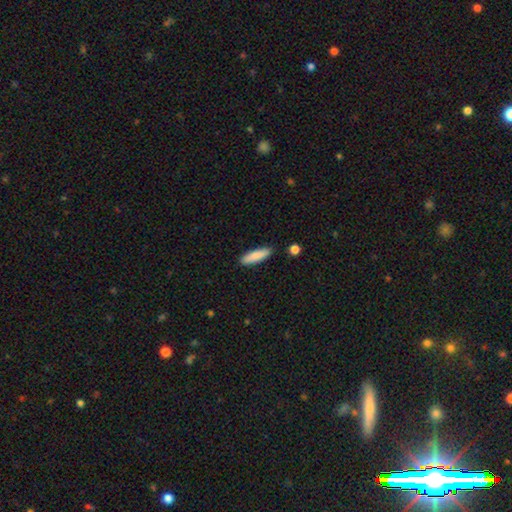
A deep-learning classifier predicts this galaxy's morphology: Overall: smooth (86%). How rounded: cigar-shaped (68%; in between 31%). Merging: none (87%).